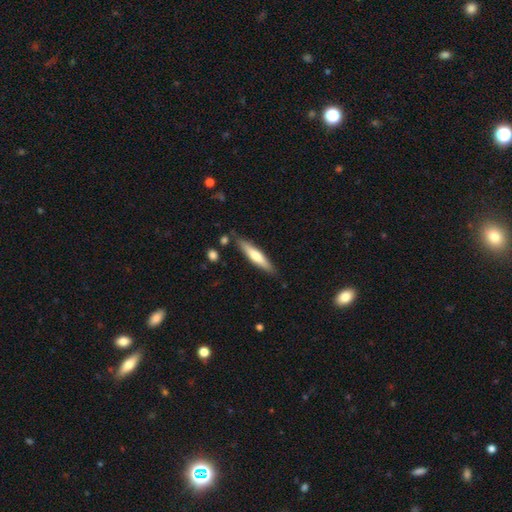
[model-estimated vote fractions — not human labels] Q: Smooth or featured?
A: smooth (53%); runner-up: featured or disk (41%)
Q: How rounded?
A: cigar-shaped (86%); runner-up: in between (12%)
Q: Merging?
A: none (83%); runner-up: minor disturbance (11%)